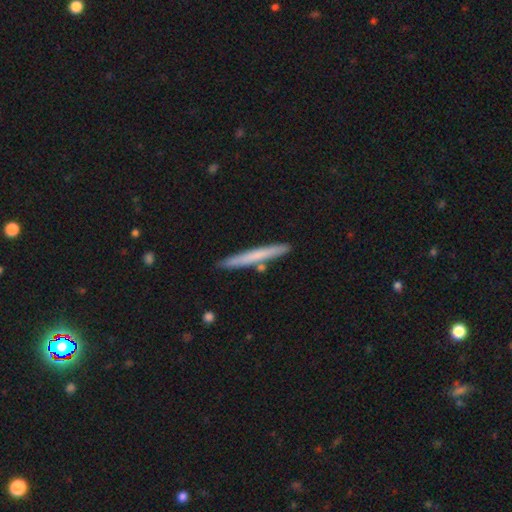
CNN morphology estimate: smooth_or_featured: smooth (p=0.64) [alt: featured or disk p=0.30]
how_rounded: cigar-shaped (p=0.97) [alt: in between p=0.02]
merging: none (p=0.86) [alt: minor disturbance p=0.08]